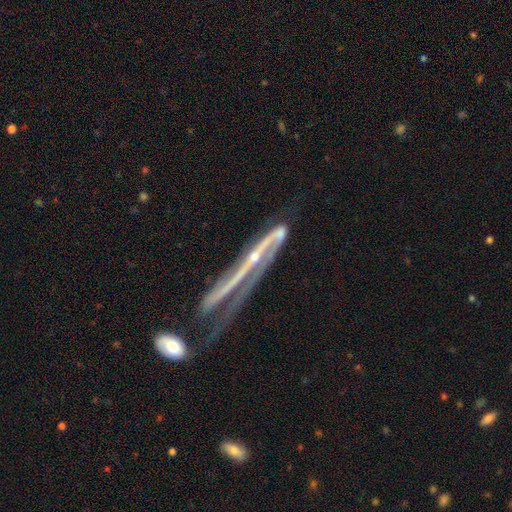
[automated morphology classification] This appears to be a featured or disk galaxy (86%). Merging: major disturbance (33%).